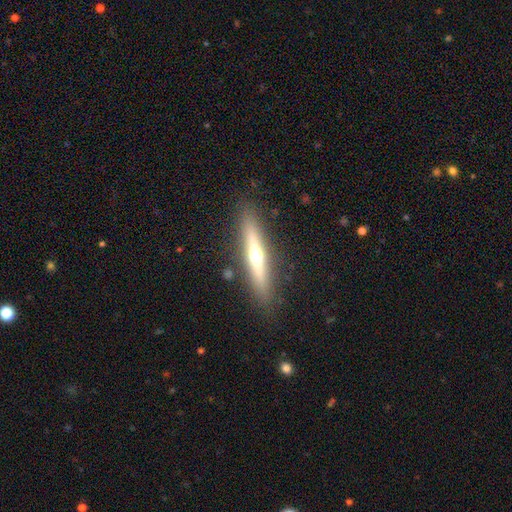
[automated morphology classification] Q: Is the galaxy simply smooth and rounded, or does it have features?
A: featured or disk — 60%.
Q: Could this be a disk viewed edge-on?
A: yes — 94%.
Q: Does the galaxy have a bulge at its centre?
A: rounded — 90%.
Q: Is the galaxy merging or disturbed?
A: none — 88%.